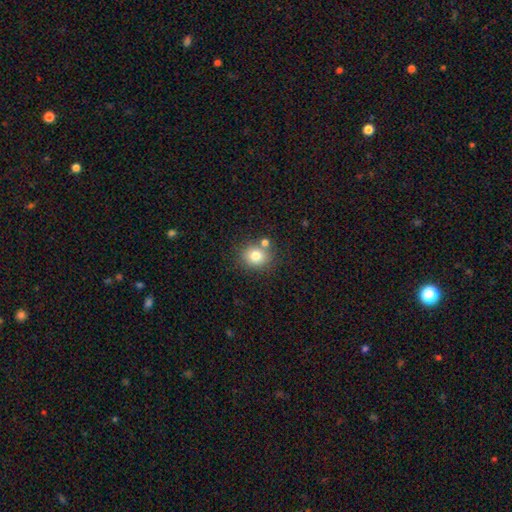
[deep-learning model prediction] Overall: smooth (78%). How rounded: round (76%). Merging: none (70%).